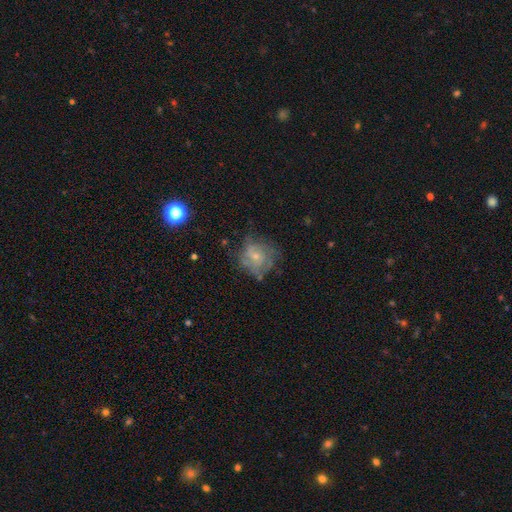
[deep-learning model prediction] Morphology: type=featured or disk (58%); edge-on=no (97%); bar=no (74%); spiral arms=yes (79%); bulge=small (65%); merging=none (68%).